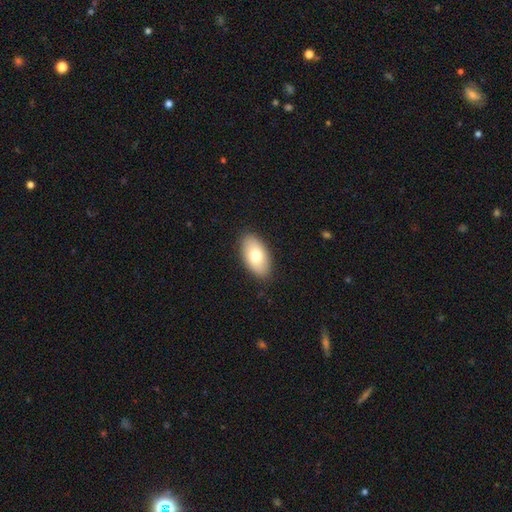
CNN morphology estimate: Smooth or featured?
  - smooth: 74% *
  - featured or disk: 19%
  - star or artifact: 7%
How rounded?
  - in between: 94% *
  - round: 4%
  - cigar-shaped: 2%
Merging?
  - none: 88% *
  - minor disturbance: 9%
  - major disturbance: 2%
  - merger: 1%